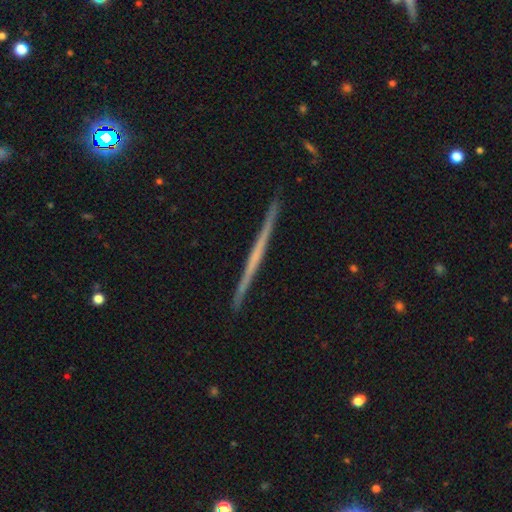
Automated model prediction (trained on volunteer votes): Overall: featured or disk (68%). Edge-on disk: yes (98%). Edge-on bulge: none (86%). Merging: none (93%).